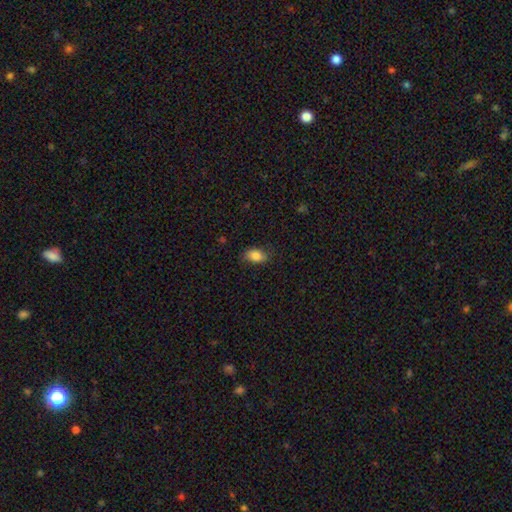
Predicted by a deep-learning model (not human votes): This is clearly a smooth galaxy (85%). How rounded: clearly in between (87%). Merging: likely none (77%).